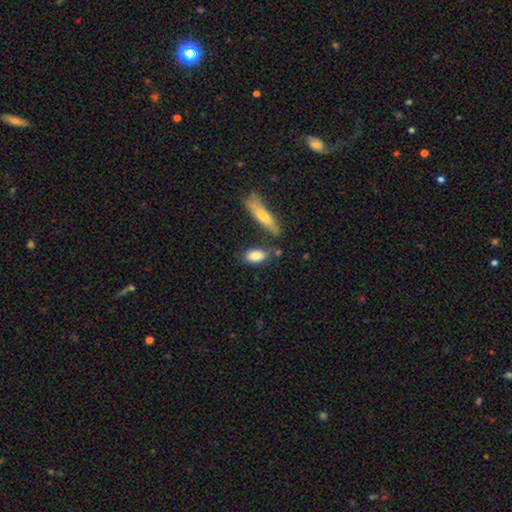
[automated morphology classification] The model was most divided on "merging": none: 66%, minor disturbance: 17%, merger: 13%, major disturbance: 5%. More confident: smooth or featured — smooth (84%); how rounded — in between (84%).